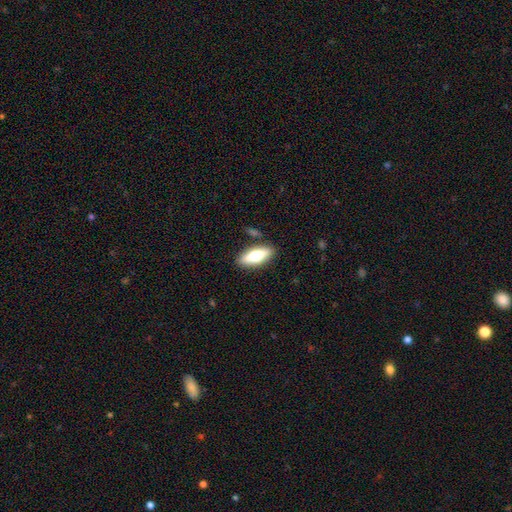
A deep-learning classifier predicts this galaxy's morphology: A smooth galaxy with no disk features (69%) that is in between round and cigar-shaped (68%).

Vote fractions:
- Smooth or featured? smooth: 69% / featured or disk: 25% / star or artifact: 6%
- How rounded? in between: 68% / cigar-shaped: 30% / round: 2%
- Merging? none: 84% / minor disturbance: 10% / merger: 3% / major disturbance: 2%